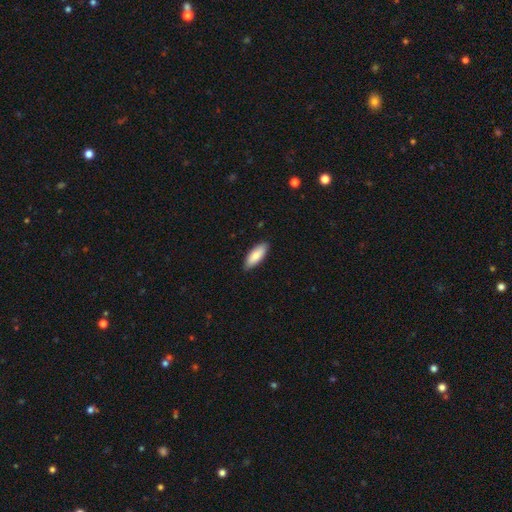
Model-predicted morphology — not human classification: Overall: smooth (82%). How rounded: in between (73%). Merging: none (88%).